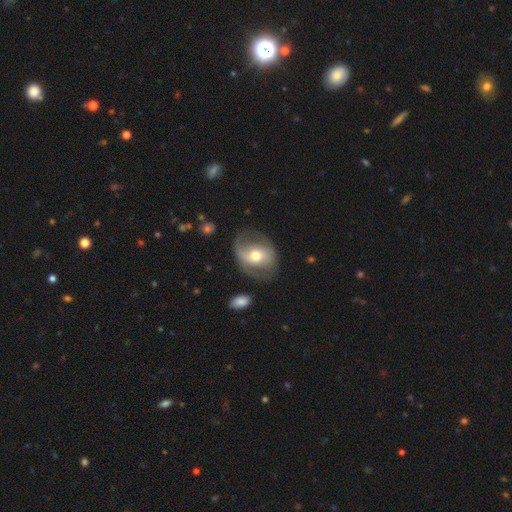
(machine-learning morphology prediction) This appears to be a featured or disk galaxy (57%) with no bar (38%), spiral arms (59%) and a moderate central bulge (70%). Merging: none (67%).